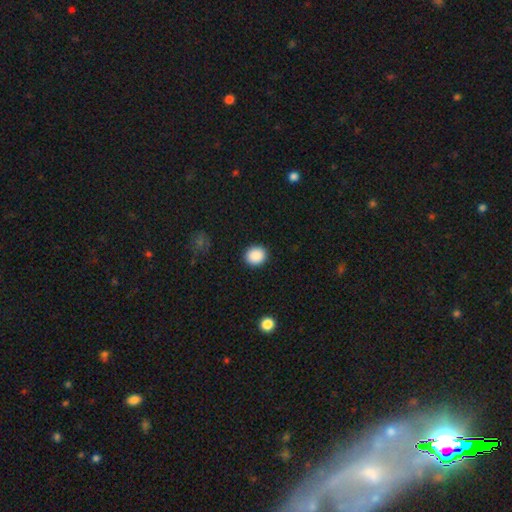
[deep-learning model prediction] The model was most divided on "how rounded": round: 78%, in between: 21%, cigar-shaped: 1%. More confident: merging — none (91%); smooth or featured — smooth (89%).